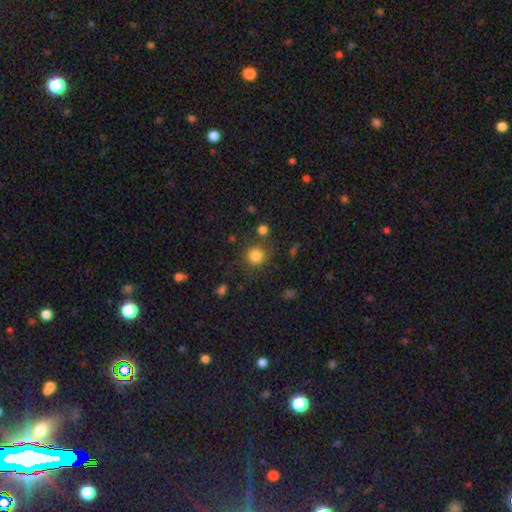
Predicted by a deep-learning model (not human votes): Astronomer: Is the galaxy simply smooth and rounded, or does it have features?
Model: smooth — 82%.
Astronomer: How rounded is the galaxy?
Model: round — 90%.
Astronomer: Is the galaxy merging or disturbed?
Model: none — 76%.